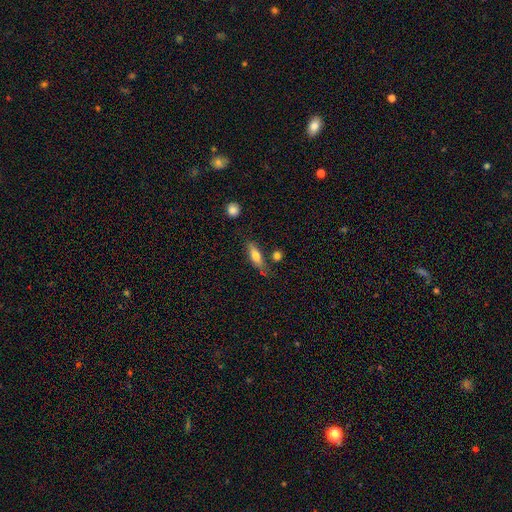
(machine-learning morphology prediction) Smooth or featured?
  - smooth: 69% *
  - featured or disk: 24%
  - star or artifact: 7%
How rounded?
  - in between: 56% *
  - cigar-shaped: 41%
  - round: 3%
Merging?
  - none: 65% *
  - minor disturbance: 20%
  - merger: 8%
  - major disturbance: 6%